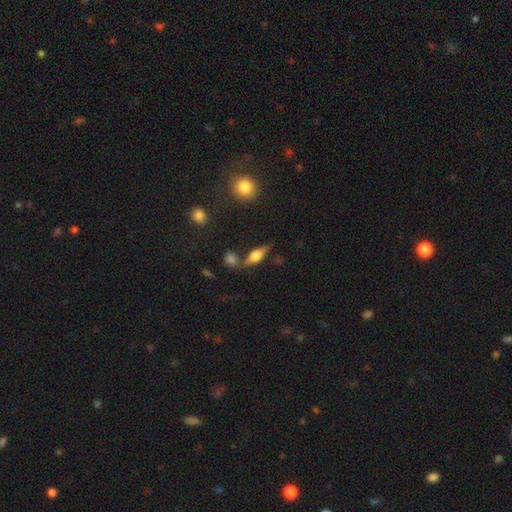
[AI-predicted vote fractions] This appears to be a featured or disk galaxy (59%) viewed edge-on (92%) with a rounded central bulge (92%). Merging: none (71%).